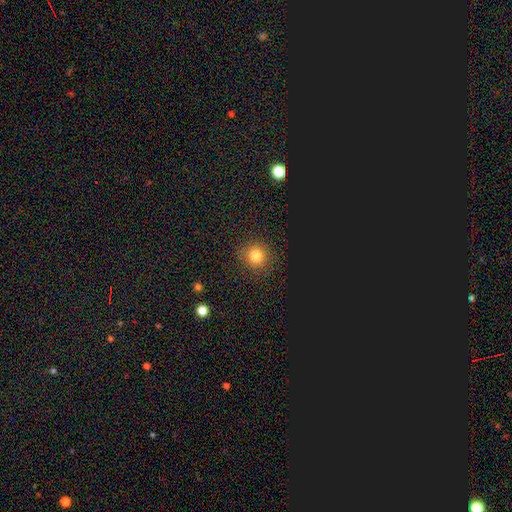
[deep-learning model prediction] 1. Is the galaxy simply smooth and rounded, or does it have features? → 78% smooth, 17% star or artifact, 5% featured or disk.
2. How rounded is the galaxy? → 91% round, 8% in between, 1% cigar-shaped.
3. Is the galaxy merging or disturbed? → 89% none, 7% minor disturbance, 2% major disturbance, 1% merger.